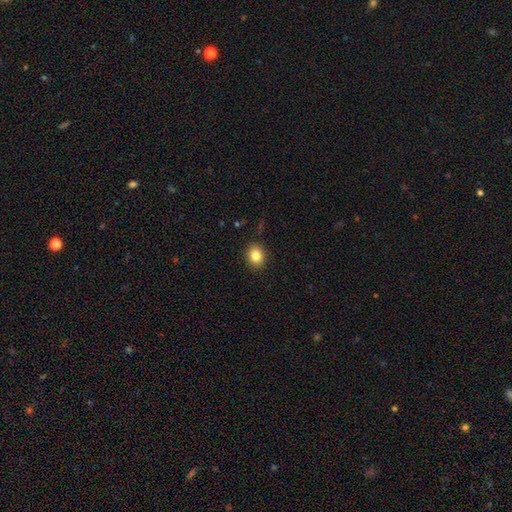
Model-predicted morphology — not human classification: smooth 83%, star or artifact 10%, featured or disk 7%. Down the decision tree: how rounded — round (54%); merging — none (90%).